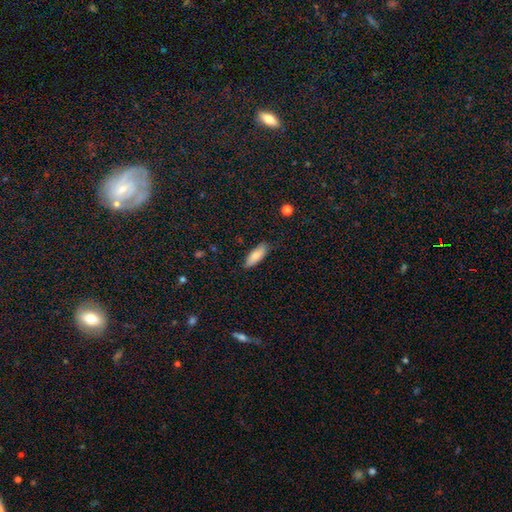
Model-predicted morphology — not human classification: Overall: smooth (81%). How rounded: in between (62%; cigar-shaped 37%). Merging: none (83%).